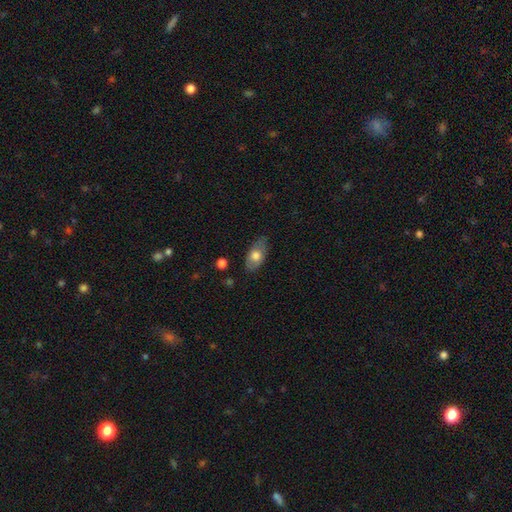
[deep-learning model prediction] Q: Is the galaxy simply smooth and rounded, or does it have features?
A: smooth — 70%.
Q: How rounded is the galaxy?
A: in between — 90%.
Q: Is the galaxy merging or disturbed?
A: none — 76%.